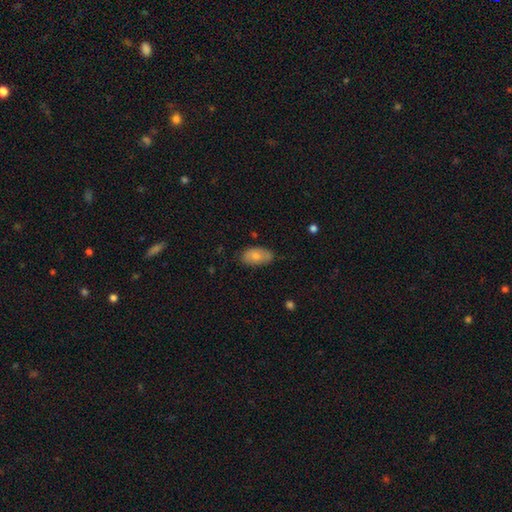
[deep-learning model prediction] Smooth or featured? Predicted: smooth (p=0.77). How rounded? Predicted: in between (p=0.93). Merging? Predicted: none (p=0.70).